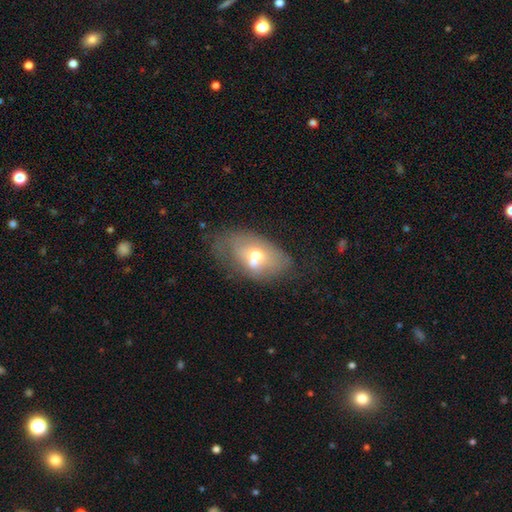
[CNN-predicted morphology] type=smooth (54%); roundness=in between (86%); merging=none (33%).